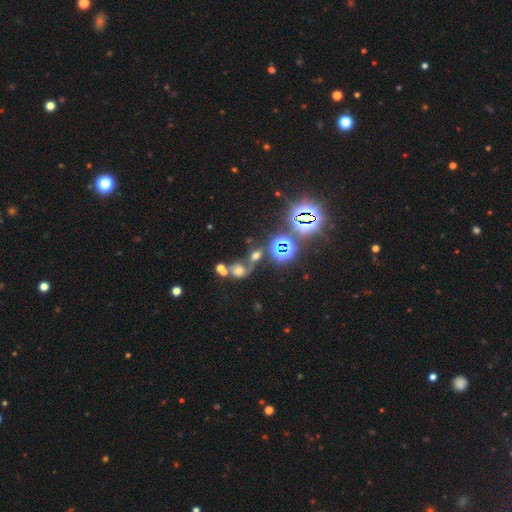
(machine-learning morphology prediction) smooth-or-featured: star or artifact: 43% | smooth: 39% | featured or disk: 19%